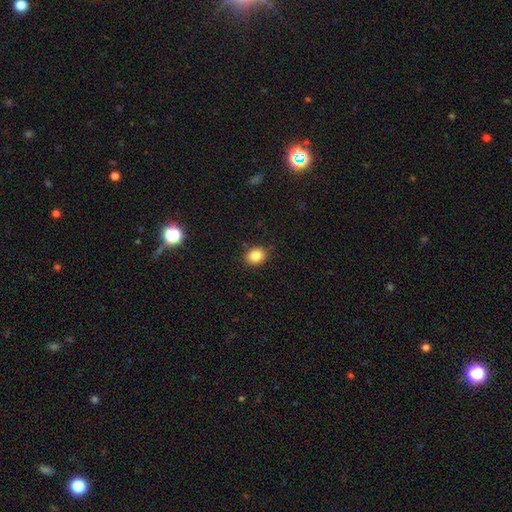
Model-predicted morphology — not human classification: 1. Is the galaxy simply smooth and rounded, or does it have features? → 85% smooth, 10% star or artifact, 5% featured or disk.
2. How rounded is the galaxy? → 53% round, 46% in between, 1% cigar-shaped.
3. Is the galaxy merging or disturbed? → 84% none, 12% minor disturbance, 3% major disturbance, 1% merger.